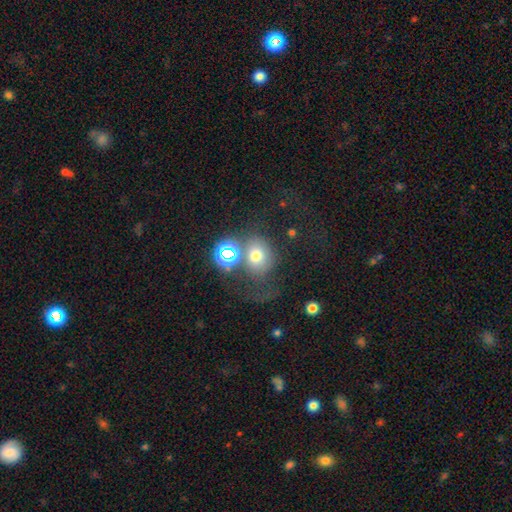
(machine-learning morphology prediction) Q: Smooth or featured?
A: smooth (64%); runner-up: star or artifact (21%)
Q: How rounded?
A: round (66%); runner-up: in between (33%)
Q: Merging?
A: none (45%); runner-up: merger (20%)